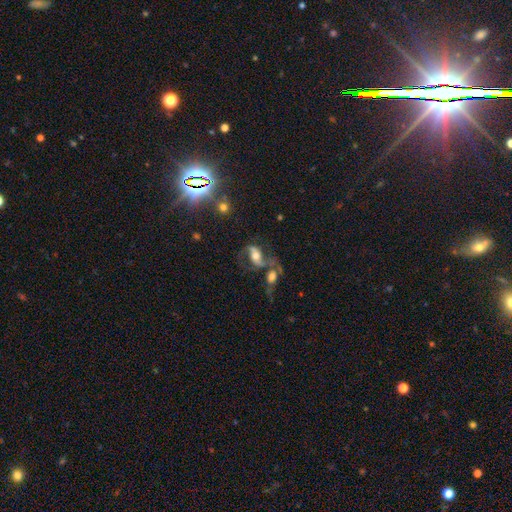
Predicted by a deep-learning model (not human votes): This appears to be a featured or disk galaxy (67%) with no bar (40%), 2 (86%) loose (55%) spiral arms (86%) and a moderate central bulge (62%). Merging: none (37%).